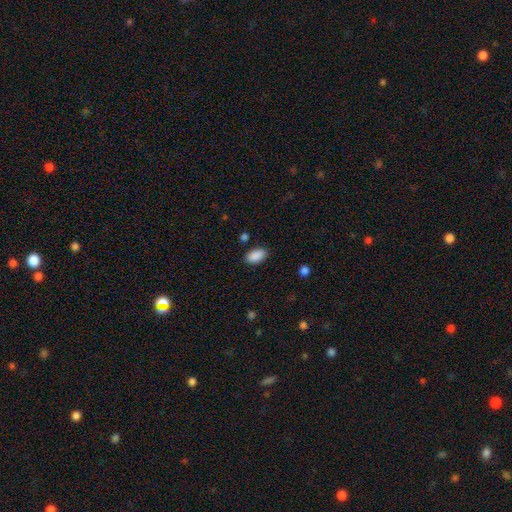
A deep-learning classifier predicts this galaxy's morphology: Smooth or featured: smooth — 90% (star or artifact — 7%)
How rounded: in between — 93% (round — 5%)
Merging: none — 87% (minor disturbance — 9%)